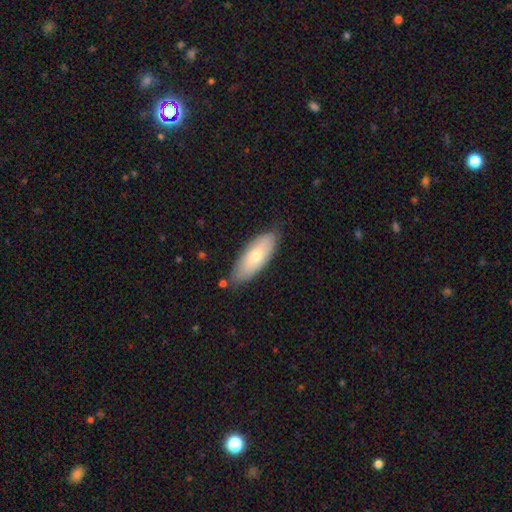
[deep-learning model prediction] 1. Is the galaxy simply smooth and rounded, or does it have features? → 67% smooth, 27% featured or disk, 6% star or artifact.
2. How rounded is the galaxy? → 74% in between, 24% cigar-shaped, 2% round.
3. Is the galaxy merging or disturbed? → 80% none, 15% minor disturbance, 3% major disturbance, 2% merger.